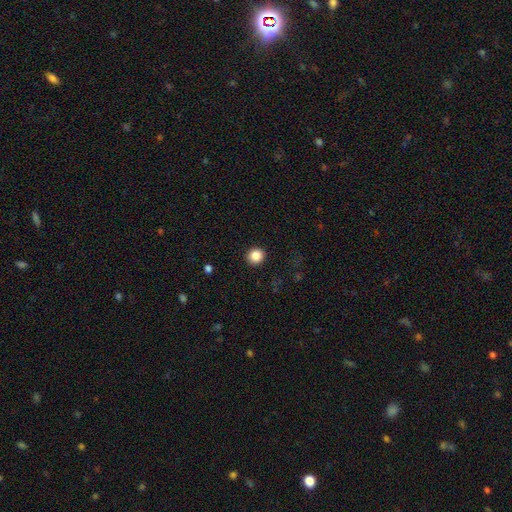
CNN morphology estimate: A smooth galaxy with no disk features (86%) that is round (91%).

Vote fractions:
- Smooth or featured? smooth: 86% / star or artifact: 10% / featured or disk: 4%
- How rounded? round: 91% / in between: 8% / cigar-shaped: 1%
- Merging? none: 92% / minor disturbance: 5% / major disturbance: 2% / merger: 1%